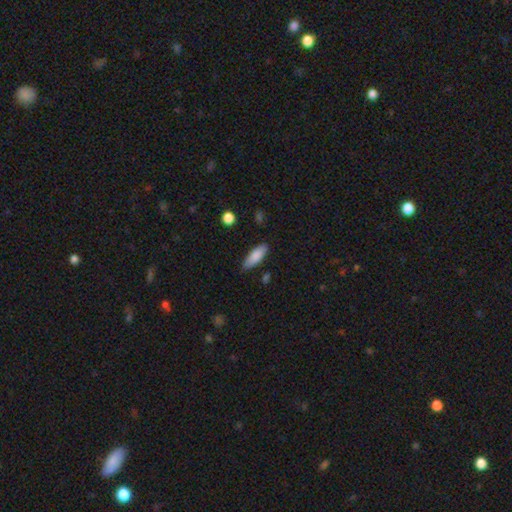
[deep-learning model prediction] Morphology: type=smooth (84%); roundness=in between (67%); merging=none (82%).